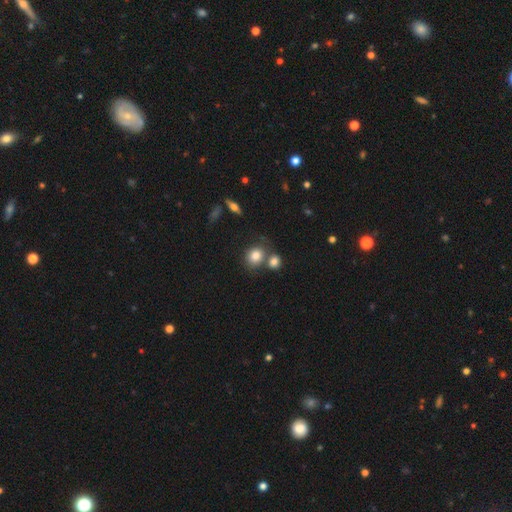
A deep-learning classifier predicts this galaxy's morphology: This is clearly a smooth galaxy (81%). How rounded: likely round (63%). Merging: possibly none (52%).